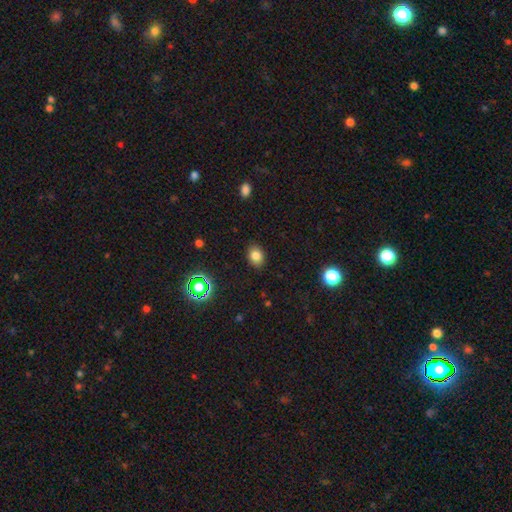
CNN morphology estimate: Smooth or featured? Predicted: smooth (p=0.80). How rounded? Predicted: in between (p=0.61). Merging? Predicted: none (p=0.87).